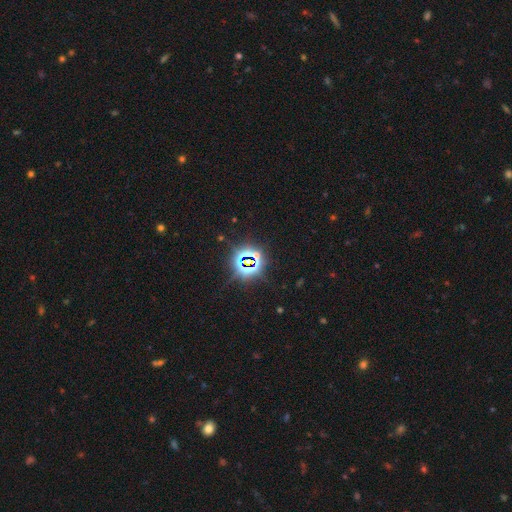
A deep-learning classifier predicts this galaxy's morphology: star or artifact 80%, smooth 12%, featured or disk 8%.